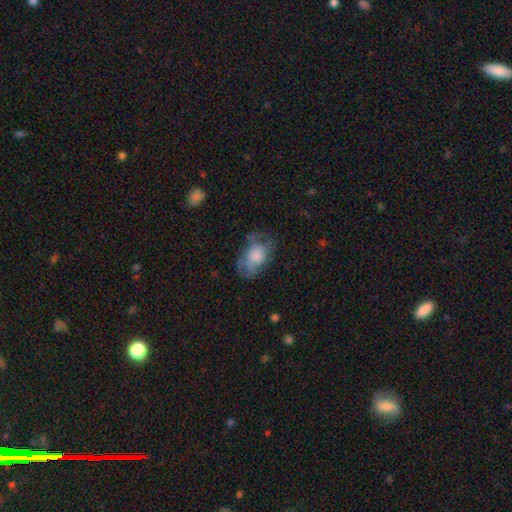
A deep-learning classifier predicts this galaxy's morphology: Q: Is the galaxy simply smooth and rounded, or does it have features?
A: smooth — 65%.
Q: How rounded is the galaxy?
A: in between — 85%.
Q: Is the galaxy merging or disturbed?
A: none — 46%.